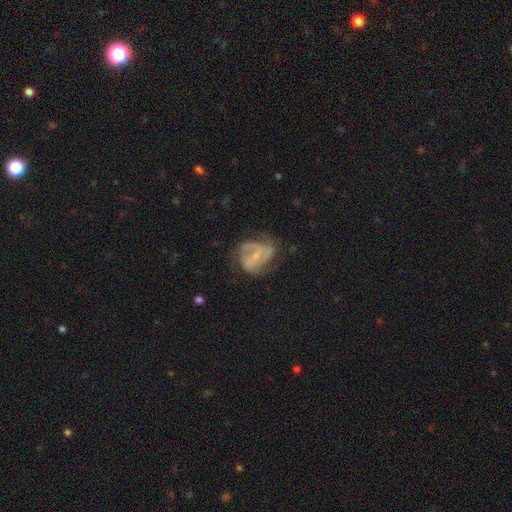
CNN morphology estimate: featured or disk 76%, smooth 16%, star or artifact 8%. Down the decision tree: edge-on disk — no (98%); bar — weak (43%); spiral arms — yes (87%); spiral arm count — 2 (47%); spiral winding — medium (48%); bulge size — small (67%); merging — none (54%).